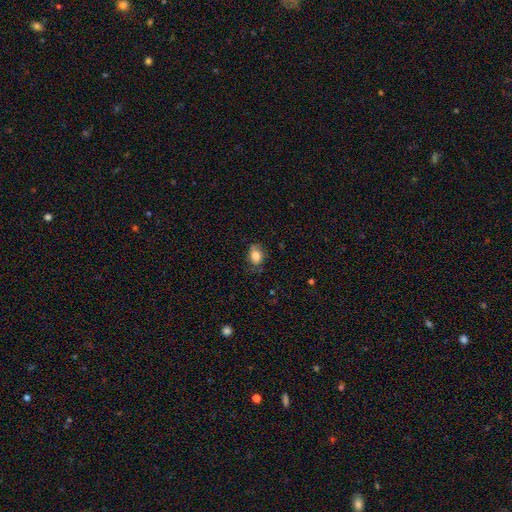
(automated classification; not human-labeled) smooth 76%, featured or disk 15%, star or artifact 9%. Down the decision tree: how rounded — in between (71%); merging — none (63%).